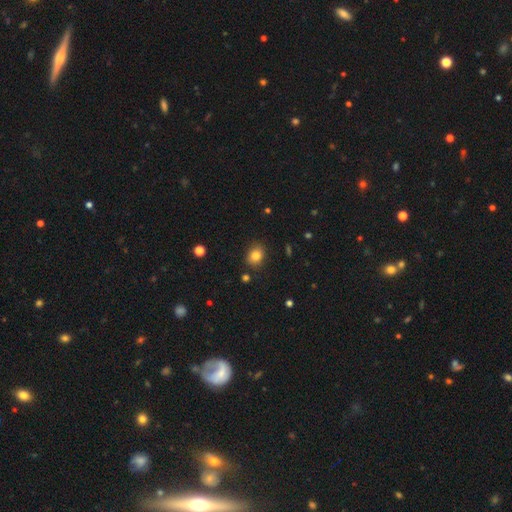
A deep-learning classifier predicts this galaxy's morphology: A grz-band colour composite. It shows a smooth galaxy with no disk features (83%) that is round (50%). Merging: none (84%).